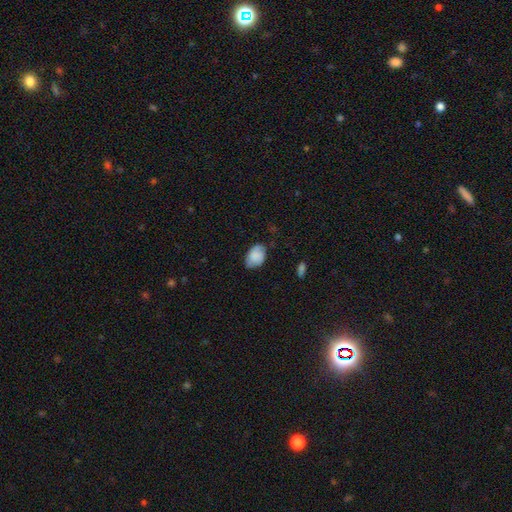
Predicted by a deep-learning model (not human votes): Smooth or featured? smooth (78%)
How rounded? in between (83%)
Merging? none (68%)